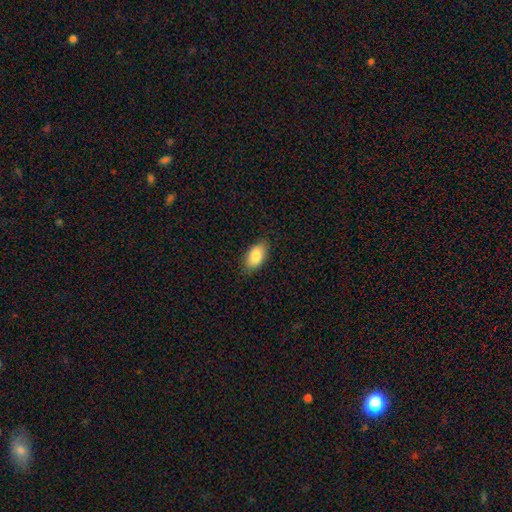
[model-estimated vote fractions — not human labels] Smooth or featured: smooth — 85% (featured or disk — 8%)
How rounded: in between — 93% (round — 4%)
Merging: none — 85% (minor disturbance — 12%)